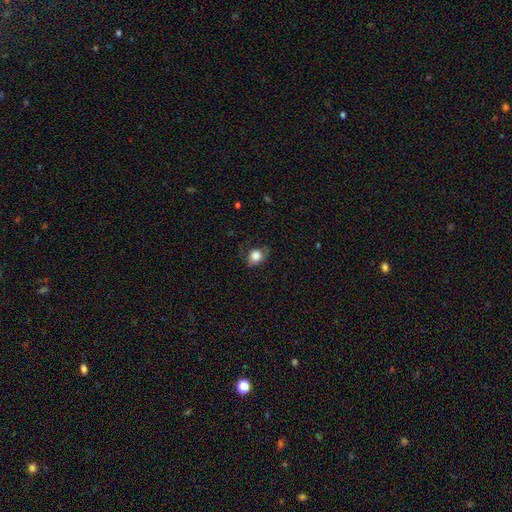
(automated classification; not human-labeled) A smooth galaxy with no disk features (81%) that is round (57%).

Vote fractions:
- Smooth or featured? smooth: 81% / featured or disk: 10% / star or artifact: 9%
- How rounded? round: 57% / in between: 42% / cigar-shaped: 1%
- Merging? none: 65% / minor disturbance: 24% / major disturbance: 10% / merger: 1%